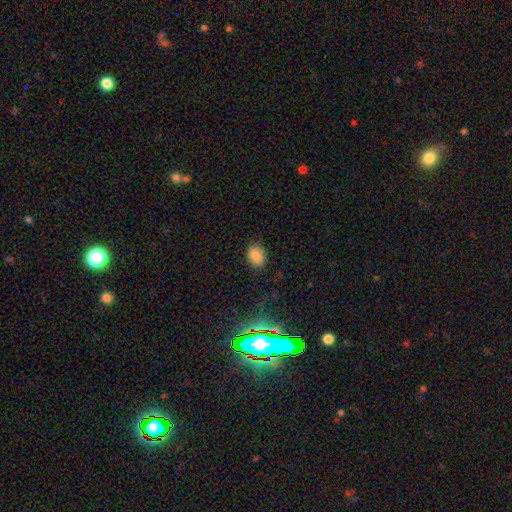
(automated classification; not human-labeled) Smooth or featured? smooth (83%)
How rounded? in between (61%)
Merging? none (83%)